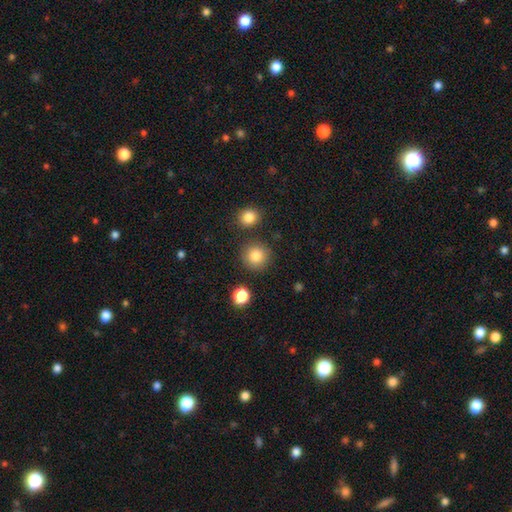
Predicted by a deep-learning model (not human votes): Morphology: type=smooth (84%); roundness=round (93%); merging=none (85%).